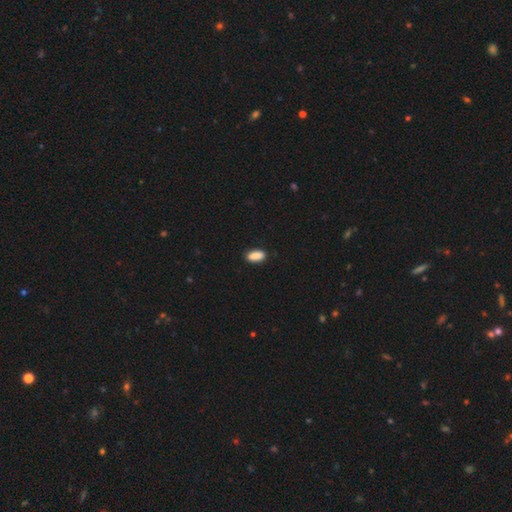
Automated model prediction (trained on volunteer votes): This appears to be a smooth galaxy with no disk features (90%) that is in between round and cigar-shaped (88%). Merging: none (88%).